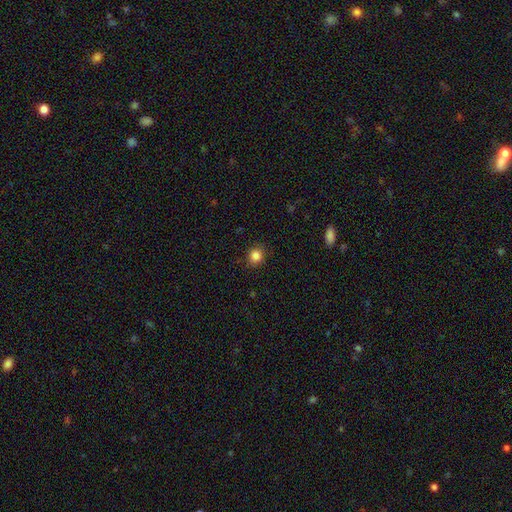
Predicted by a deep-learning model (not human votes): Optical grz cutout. It shows a smooth galaxy with no disk features (85%) that is round (81%). Merging: none (85%).